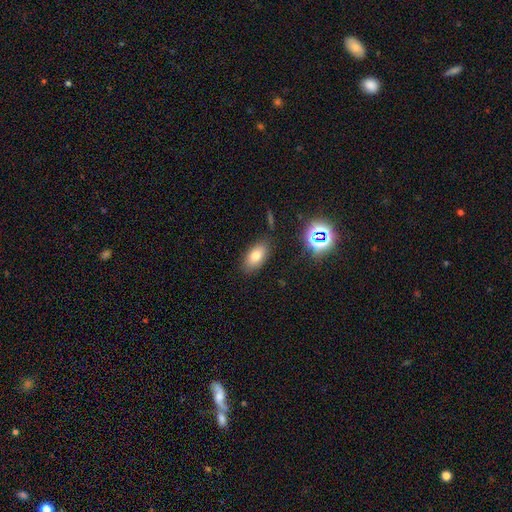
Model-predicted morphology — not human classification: A smooth galaxy with no disk features (76%) that is in between round and cigar-shaped (90%).

Vote fractions:
- Smooth or featured? smooth: 76% / star or artifact: 12% / featured or disk: 12%
- How rounded? in between: 90% / round: 7% / cigar-shaped: 4%
- Merging? none: 83% / minor disturbance: 11% / major disturbance: 3% / merger: 3%